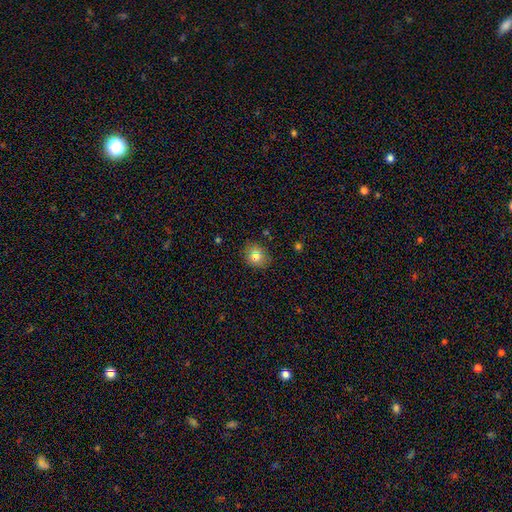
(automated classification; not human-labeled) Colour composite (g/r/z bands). It shows a smooth galaxy with no disk features (76%) that is round (72%). Merging: none (83%).